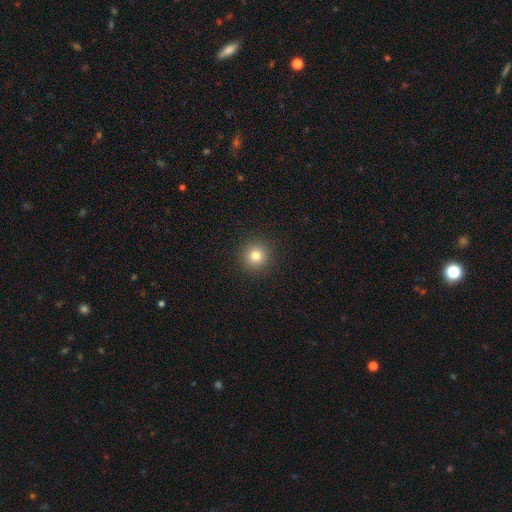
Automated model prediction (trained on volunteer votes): A smooth galaxy with no disk features (80%) that is round (95%). Merging: none (92%).